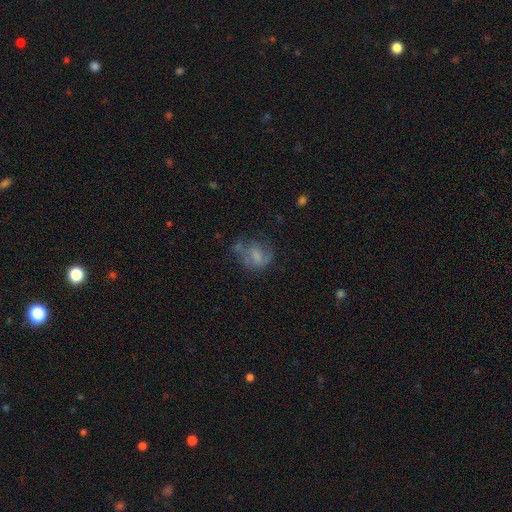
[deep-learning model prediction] Morphology: type=smooth (51%); roundness=in between (50%); merging=none (40%).